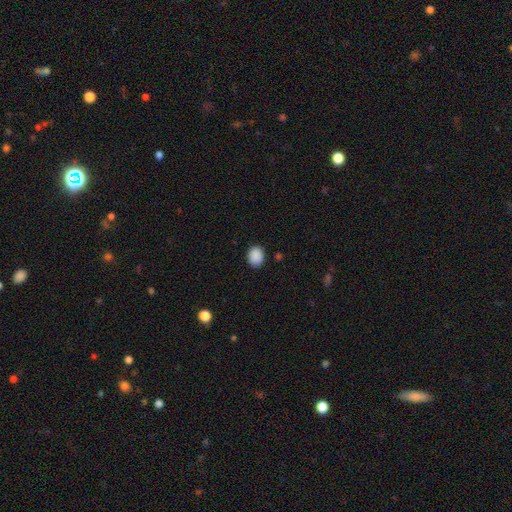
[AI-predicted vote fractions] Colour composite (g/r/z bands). It shows a smooth galaxy with no disk features (89%) that is in between round and cigar-shaped (52%). Merging: none (87%).